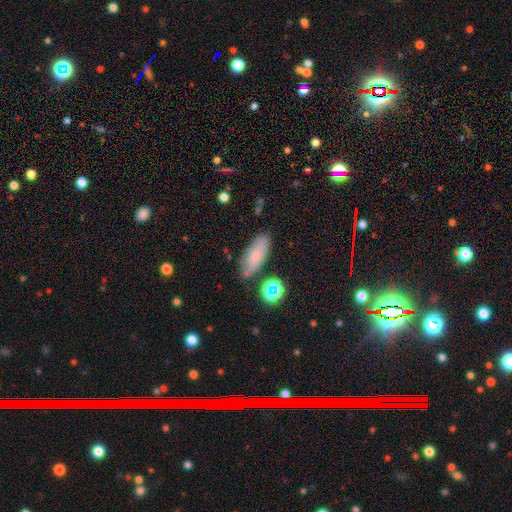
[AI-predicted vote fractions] A smooth galaxy with no disk features (67%) that is in between round and cigar-shaped (77%). Merging: none (71%).